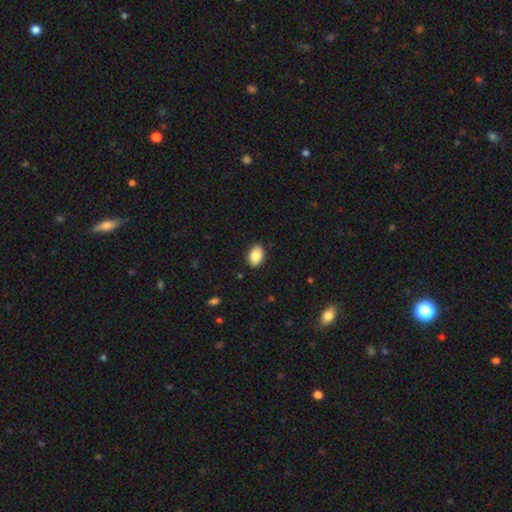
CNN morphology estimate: Smooth or featured: smooth — 87% (star or artifact — 7%)
How rounded: in between — 87% (round — 12%)
Merging: none — 88% (minor disturbance — 9%)